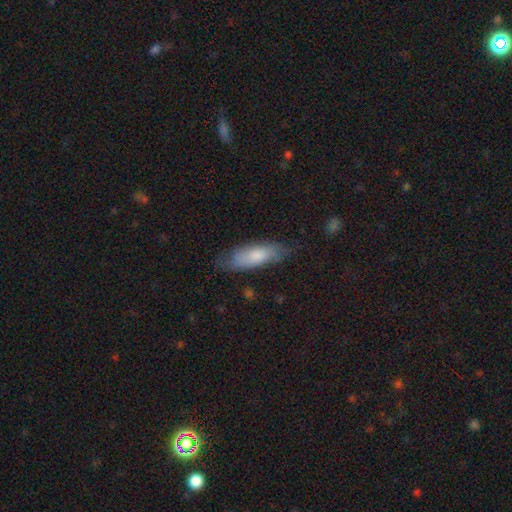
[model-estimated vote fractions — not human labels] A smooth galaxy with no disk features (73%) that is in between round and cigar-shaped (61%).

Vote fractions:
- Smooth or featured? smooth: 73% / featured or disk: 21% / star or artifact: 6%
- How rounded? in between: 61% / cigar-shaped: 37% / round: 2%
- Merging? none: 69% / minor disturbance: 23% / major disturbance: 6% / merger: 1%